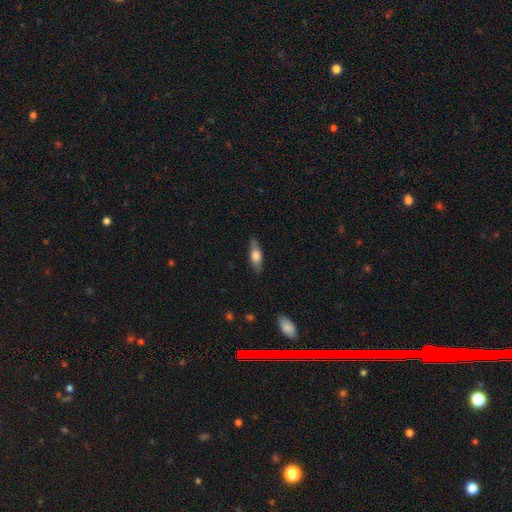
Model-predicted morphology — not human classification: Smooth or featured? smooth (61%)
How rounded? in between (57%)
Merging? none (83%)